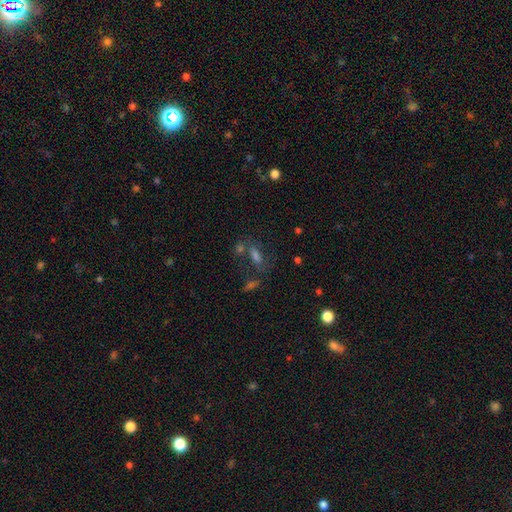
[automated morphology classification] This is possibly a smooth galaxy (45%). Merging: possibly none (53%).